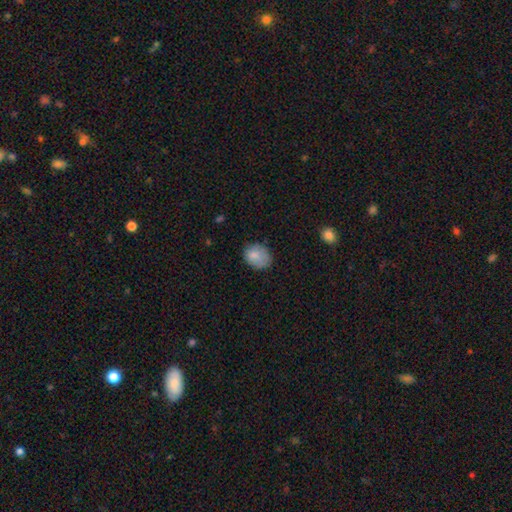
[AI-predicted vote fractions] Morphology: type=smooth (83%); roundness=in between (55%); merging=none (66%).